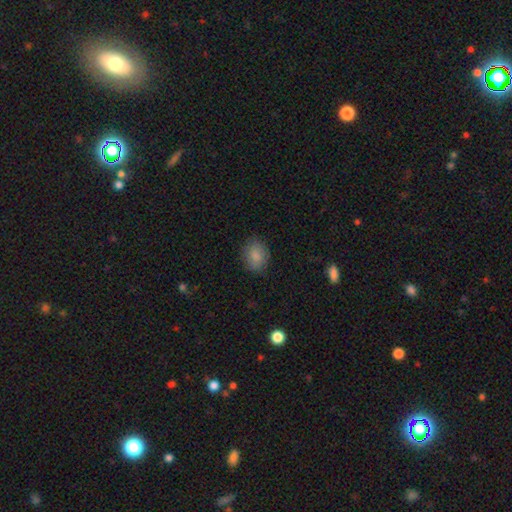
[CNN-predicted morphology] Smooth or featured: smooth — 85% (star or artifact — 8%)
How rounded: in between — 51% (round — 48%)
Merging: none — 83% (minor disturbance — 13%)